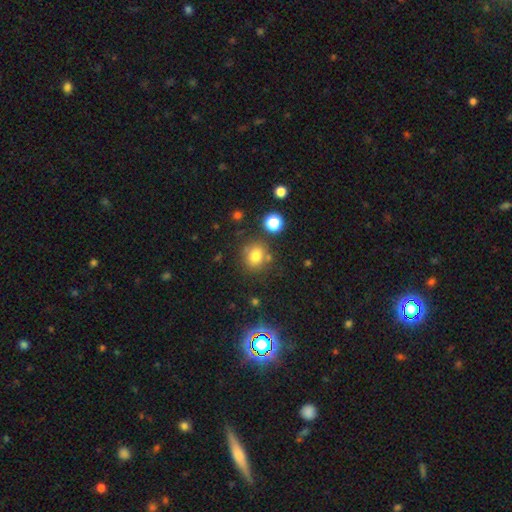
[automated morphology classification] type=smooth (77%); roundness=round (73%); merging=none (75%).